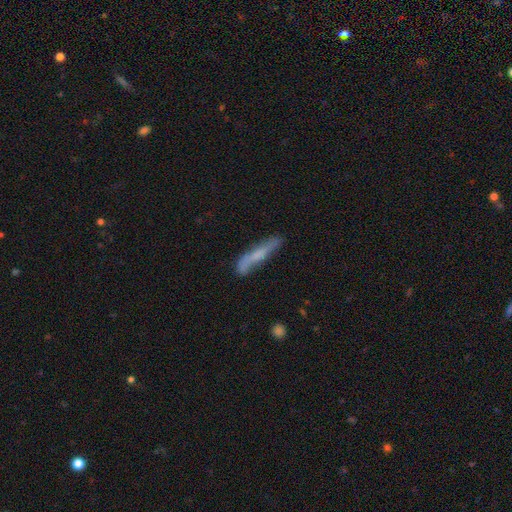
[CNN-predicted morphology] type=smooth (50%); roundness=cigar-shaped (90%); merging=none (63%).